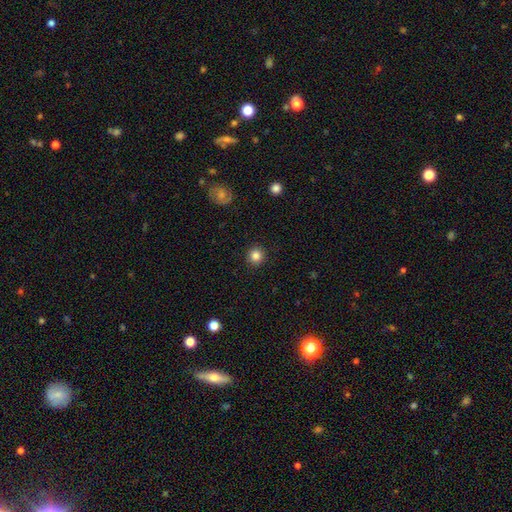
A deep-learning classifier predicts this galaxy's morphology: The model was most divided on "smooth or featured": smooth: 84%, star or artifact: 11%, featured or disk: 5%. More confident: how rounded — round (94%); merging — none (92%).